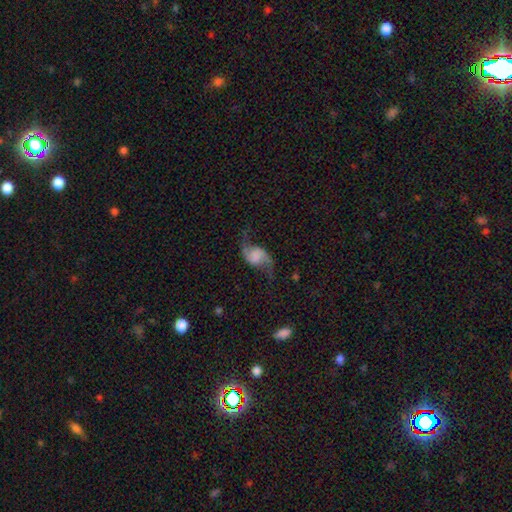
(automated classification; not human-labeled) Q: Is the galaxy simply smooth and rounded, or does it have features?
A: featured or disk — 81%.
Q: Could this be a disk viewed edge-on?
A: no — 97%.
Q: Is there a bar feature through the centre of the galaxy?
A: no — 57%.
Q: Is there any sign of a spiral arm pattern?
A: yes — 96%.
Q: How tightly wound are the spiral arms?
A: loose — 87%.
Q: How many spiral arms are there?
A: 2 — 94%.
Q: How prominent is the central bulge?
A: none — 44%.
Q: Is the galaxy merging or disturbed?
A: none — 73%.